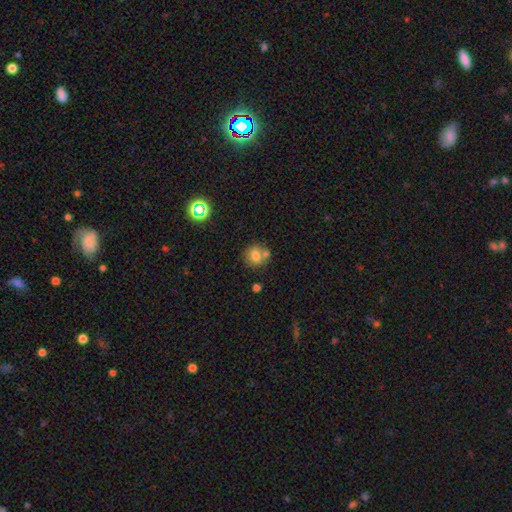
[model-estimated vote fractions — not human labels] This appears to be a smooth galaxy with no disk features (75%) that is round (85%). Merging: none (63%).